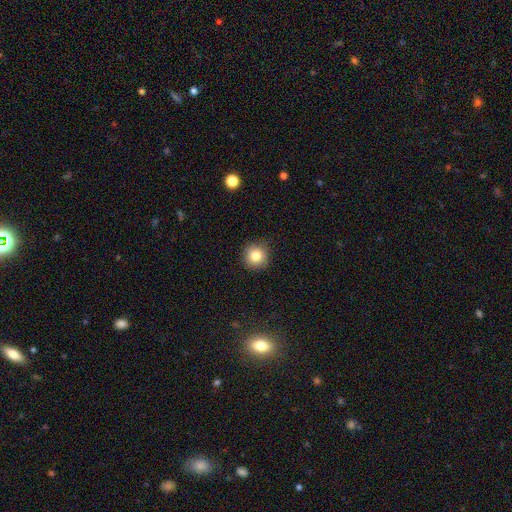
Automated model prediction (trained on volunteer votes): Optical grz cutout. It shows a smooth galaxy with no disk features (82%) that is round (94%). Merging: none (89%).